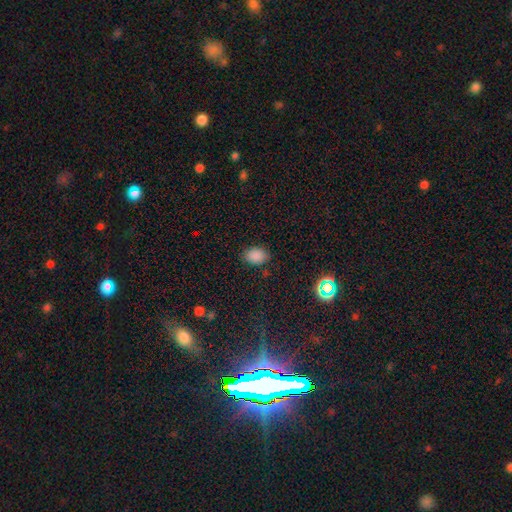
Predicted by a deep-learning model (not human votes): A smooth galaxy with no disk features (85%) that is in between round and cigar-shaped (74%).

Vote fractions:
- Smooth or featured? smooth: 85% / star or artifact: 11% / featured or disk: 4%
- How rounded? in between: 74% / round: 25% / cigar-shaped: 1%
- Merging? none: 83% / minor disturbance: 13% / major disturbance: 3% / merger: 1%